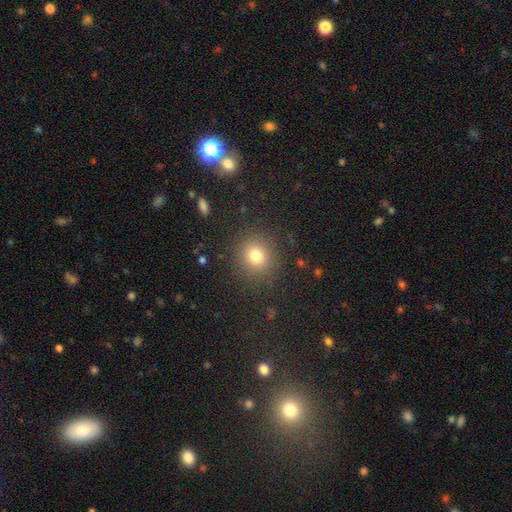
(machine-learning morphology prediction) Smooth or featured?
  - smooth: 78% *
  - star or artifact: 15%
  - featured or disk: 8%
How rounded?
  - round: 86% *
  - in between: 13%
  - cigar-shaped: 1%
Merging?
  - none: 88% *
  - minor disturbance: 7%
  - major disturbance: 3%
  - merger: 1%